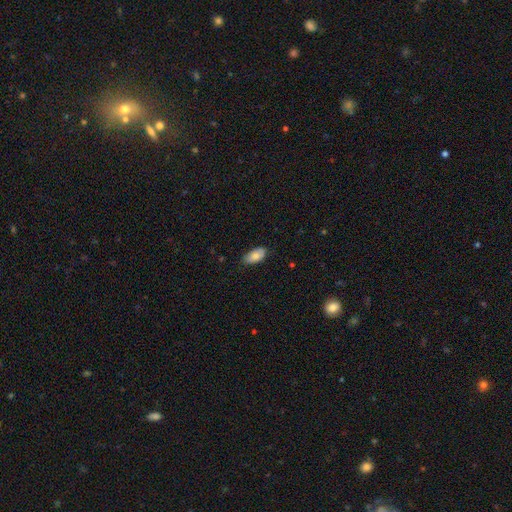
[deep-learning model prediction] A smooth galaxy with no disk features (80%) that is in between round and cigar-shaped (93%).

Vote fractions:
- Smooth or featured? smooth: 80% / featured or disk: 14% / star or artifact: 7%
- How rounded? in between: 93% / cigar-shaped: 4% / round: 2%
- Merging? none: 77% / minor disturbance: 19% / major disturbance: 3% / merger: 1%